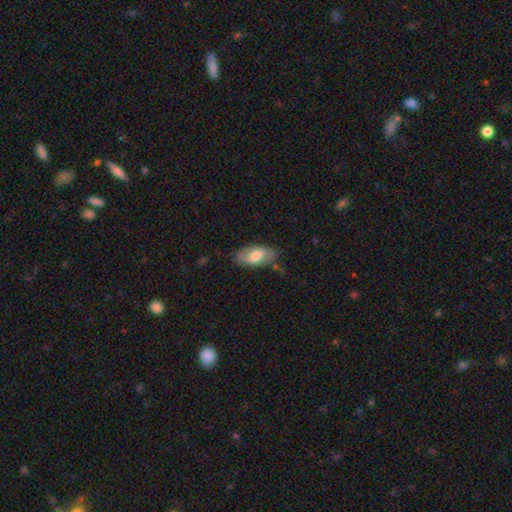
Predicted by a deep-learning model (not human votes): A smooth galaxy with no disk features (52%) that is in between round and cigar-shaped (91%).

Vote fractions:
- Smooth or featured? smooth: 52% / featured or disk: 42% / star or artifact: 6%
- How rounded? in between: 91% / cigar-shaped: 6% / round: 4%
- Merging? none: 75% / minor disturbance: 18% / major disturbance: 4% / merger: 2%